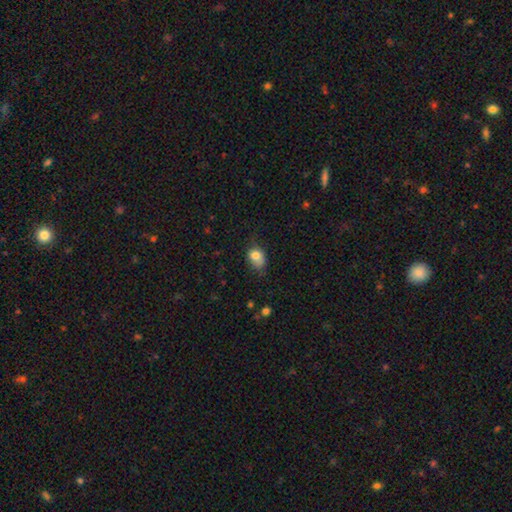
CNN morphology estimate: Smooth or featured: smooth — 80% (featured or disk — 11%)
How rounded: in between — 59% (round — 40%)
Merging: none — 46% (minor disturbance — 37%)